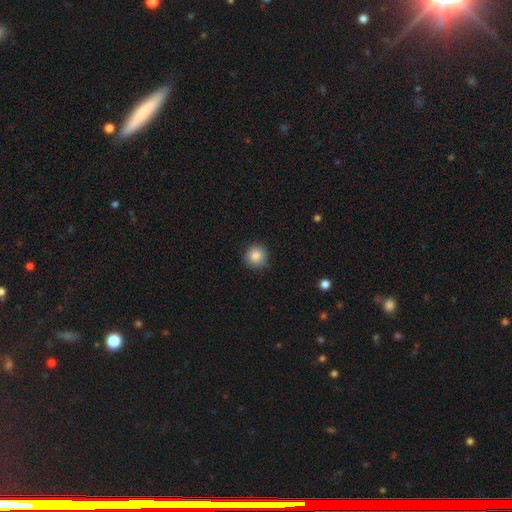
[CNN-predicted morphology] smooth 86%, star or artifact 9%, featured or disk 5%. Down the decision tree: how rounded — round (94%); merging — none (90%).